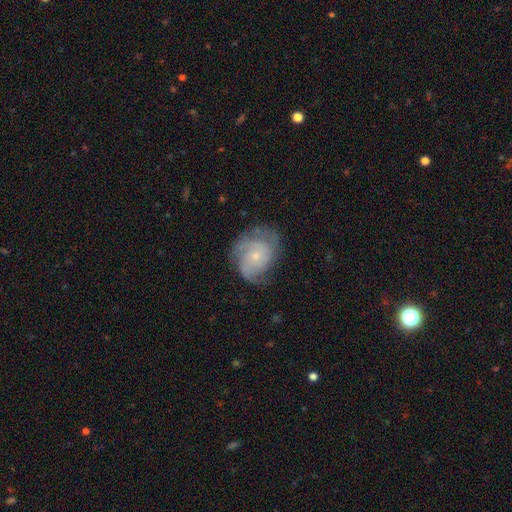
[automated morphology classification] This is likely a featured or disk galaxy (73%). It is clearly not viewed edge-on (98%). Bar: likely no (77%). Spiral arm pattern: clearly yes (92%). Spiral arm count: marginally 2 (36%). Spiral winding: marginally tight (44%). Central bulge: likely small (75%). Merging: possibly none (60%).